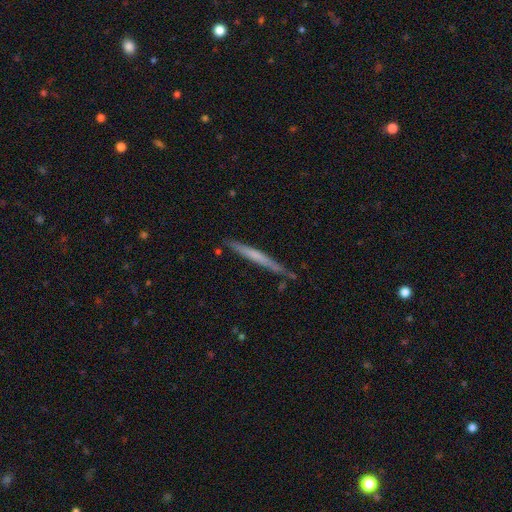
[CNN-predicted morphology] smooth-or-featured: smooth: 48% | featured or disk: 46% | star or artifact: 6%
  merging: none: 82% | minor disturbance: 13% | merger: 3% | major disturbance: 2%